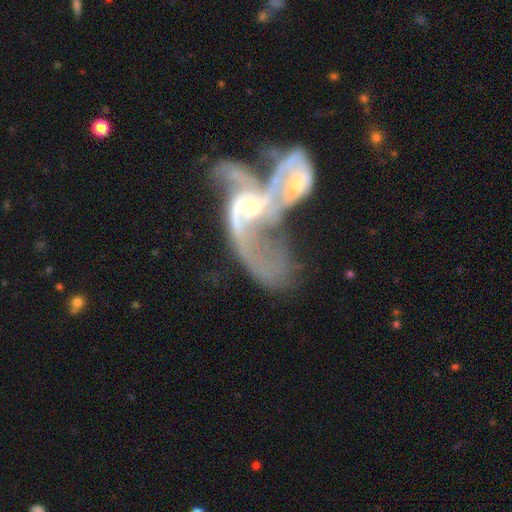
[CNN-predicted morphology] A featured or disk galaxy (86%) with no bar (48%), 2 (67%) loose (70%) spiral arms (89%) and a moderate central bulge (50%).

Vote fractions:
- Smooth or featured? featured or disk: 86% / smooth: 7% / star or artifact: 7%
- Edge-on disk? no: 96% / yes: 4%
- Bar? no: 48% / weak: 37% / strong: 15%
- Spiral arms? yes: 89% / no: 11%
- Spiral winding? loose: 70% / medium: 23% / tight: 7%
- Spiral arm count? 2: 67% / can't tell: 14% / 1: 9% / 3: 5% / 4: 3% / more than 4: 3%
- Bulge size? moderate: 50% / small: 39% / none: 5% / large: 4% / dominant: 2%
- Merging? merger: 78% / major disturbance: 11% / none: 7% / minor disturbance: 4%